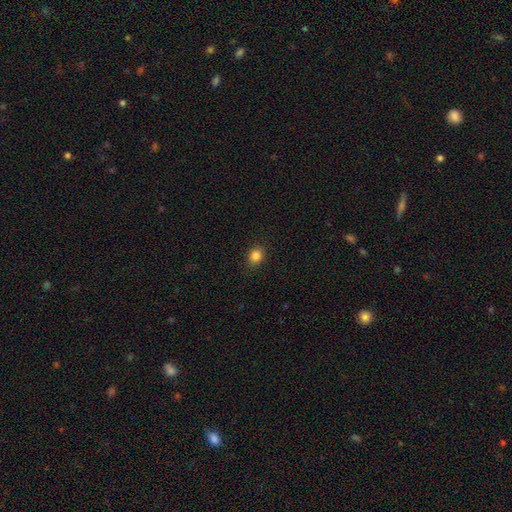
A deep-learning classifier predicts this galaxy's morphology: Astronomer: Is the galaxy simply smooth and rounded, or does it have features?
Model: smooth — 85%.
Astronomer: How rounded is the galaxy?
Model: round — 64%.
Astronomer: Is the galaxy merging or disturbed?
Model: none — 88%.